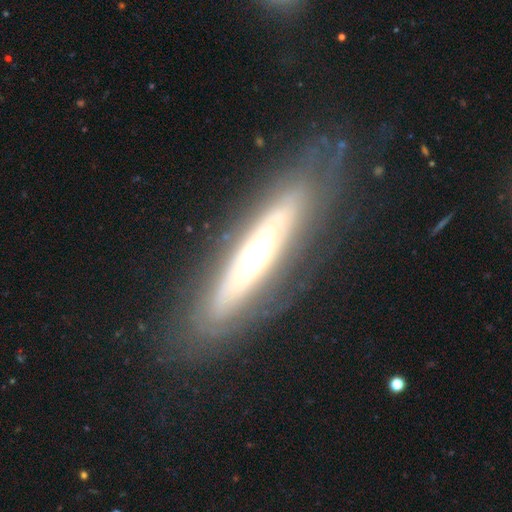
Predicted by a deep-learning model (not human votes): Overall: featured or disk (72%). Edge-on disk: yes (55%; no 45%). Merging: none (74%).